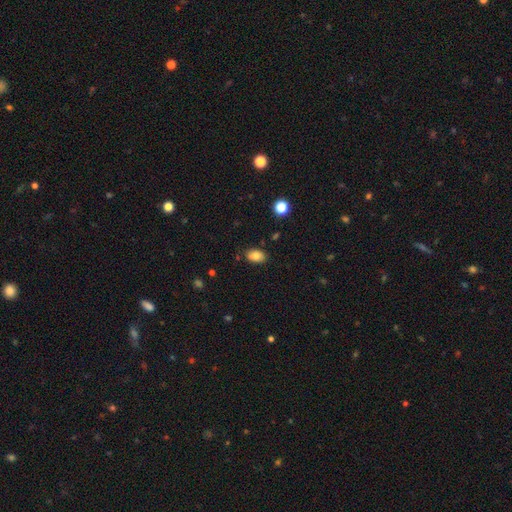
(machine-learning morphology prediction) This appears to be a smooth galaxy with no disk features (80%) that is in between round and cigar-shaped (86%). Merging: none (84%).